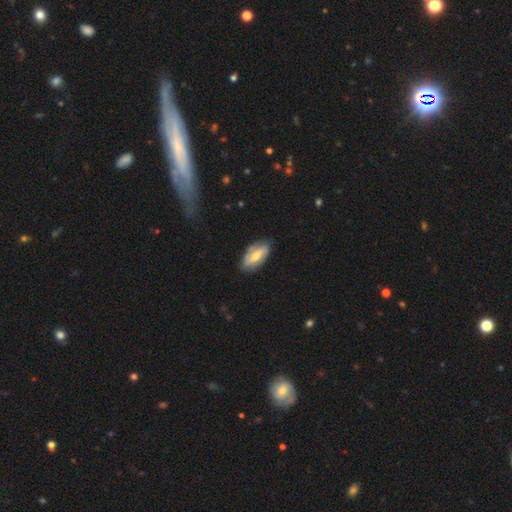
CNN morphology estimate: Q: Smooth or featured?
A: featured or disk (47%); runner-up: smooth (45%)
Q: Merging?
A: none (80%); runner-up: minor disturbance (15%)